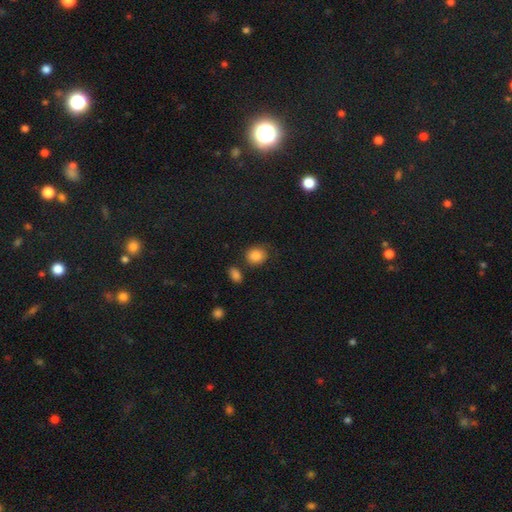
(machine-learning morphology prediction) A smooth galaxy with no disk features (86%) that is round (66%).

Vote fractions:
- Smooth or featured? smooth: 86% / star or artifact: 9% / featured or disk: 5%
- How rounded? round: 66% / in between: 33% / cigar-shaped: 1%
- Merging? none: 73% / minor disturbance: 15% / merger: 7% / major disturbance: 5%